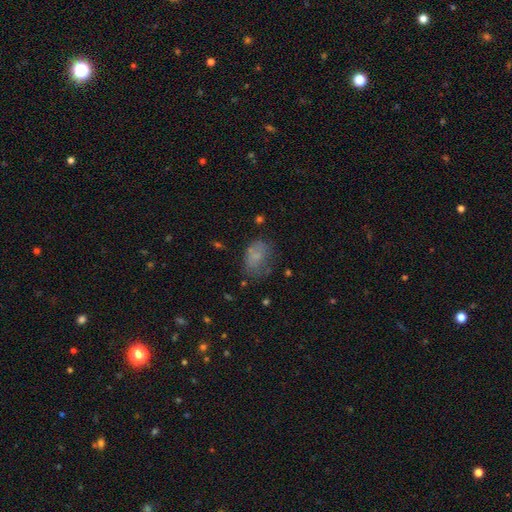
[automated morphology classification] smooth-or-featured: smooth: 66% | featured or disk: 22% | star or artifact: 12%
  how-rounded: in between: 78% | round: 21% | cigar-shaped: 1%
  merging: none: 45% | minor disturbance: 29% | major disturbance: 21% | merger: 5%